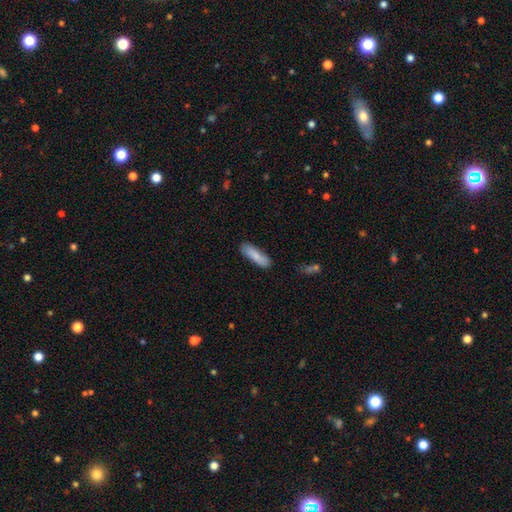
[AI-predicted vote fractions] A smooth galaxy with no disk features (84%) that is cigar-shaped (56%).

Vote fractions:
- Smooth or featured? smooth: 84% / featured or disk: 10% / star or artifact: 6%
- How rounded? cigar-shaped: 56% / in between: 42% / round: 1%
- Merging? none: 82% / minor disturbance: 13% / major disturbance: 2% / merger: 2%